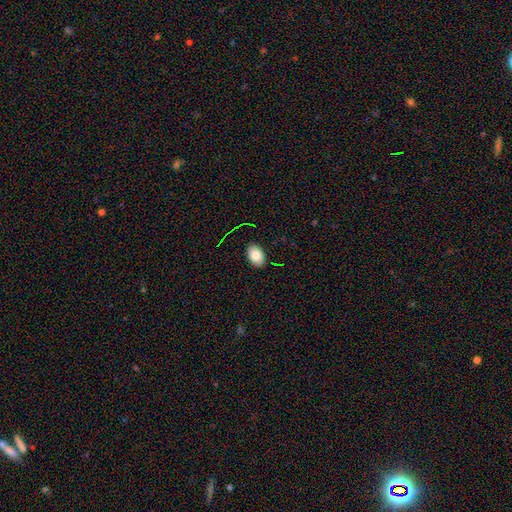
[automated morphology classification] Smooth or featured: smooth — 82% (featured or disk — 10%)
How rounded: in between — 90% (round — 9%)
Merging: none — 87% (minor disturbance — 10%)